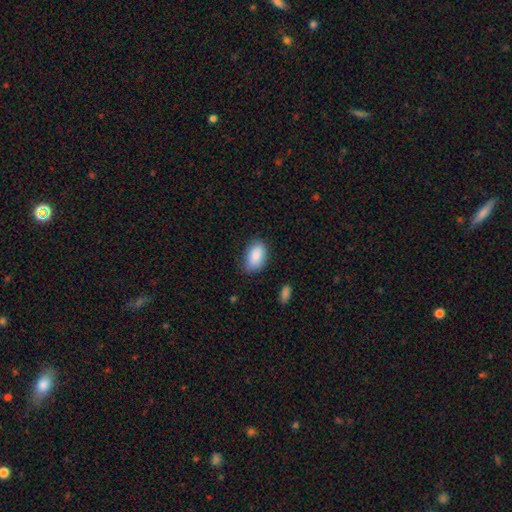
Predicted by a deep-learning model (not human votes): Smooth or featured? Predicted: smooth (p=0.88). How rounded? Predicted: in between (p=0.92). Merging? Predicted: none (p=0.76).